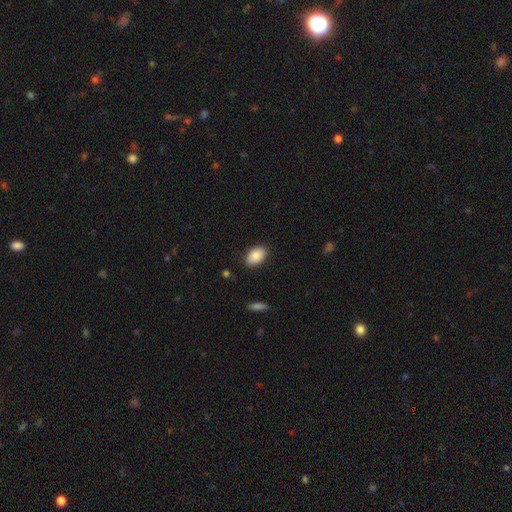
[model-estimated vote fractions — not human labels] smooth-or-featured: smooth: 87% | star or artifact: 7% | featured or disk: 6%
  how-rounded: in between: 90% | round: 8% | cigar-shaped: 1%
  merging: none: 86% | minor disturbance: 10% | major disturbance: 2% | merger: 1%